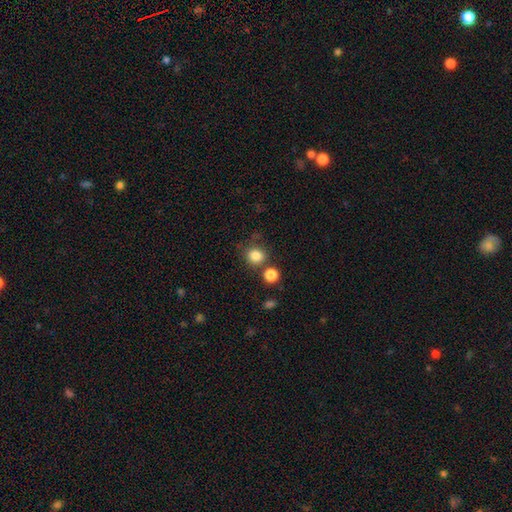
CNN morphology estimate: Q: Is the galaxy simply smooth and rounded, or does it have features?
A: smooth — 82%.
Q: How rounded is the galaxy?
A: round — 82%.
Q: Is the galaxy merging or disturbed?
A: none — 71%.